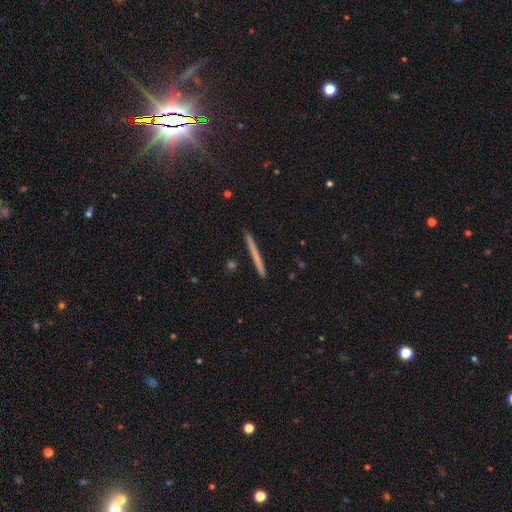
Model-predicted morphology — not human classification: smooth_or_featured: smooth (p=0.57) [alt: featured or disk p=0.36]
how_rounded: cigar-shaped (p=0.97) [alt: in between p=0.02]
merging: none (p=0.92) [alt: minor disturbance p=0.05]